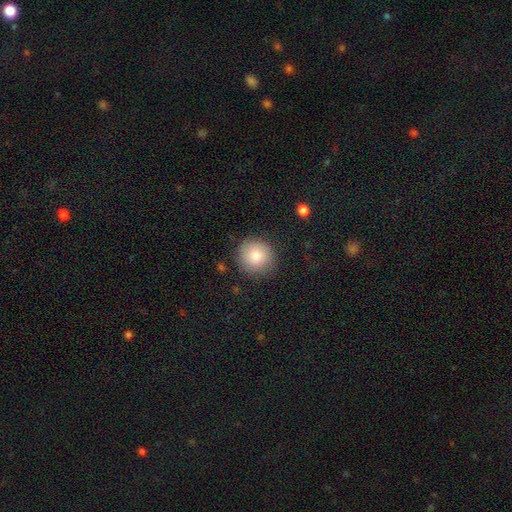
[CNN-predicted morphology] type=smooth (82%); roundness=round (92%); merging=none (82%).